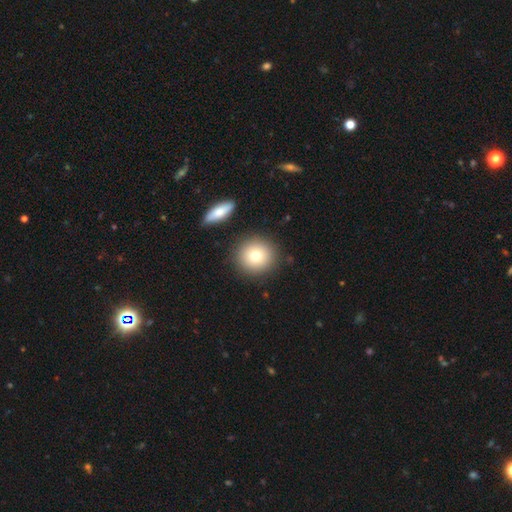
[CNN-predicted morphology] The model was most divided on "smooth or featured": smooth: 76%, featured or disk: 14%, star or artifact: 10%. More confident: how rounded — round (91%); merging — none (86%).